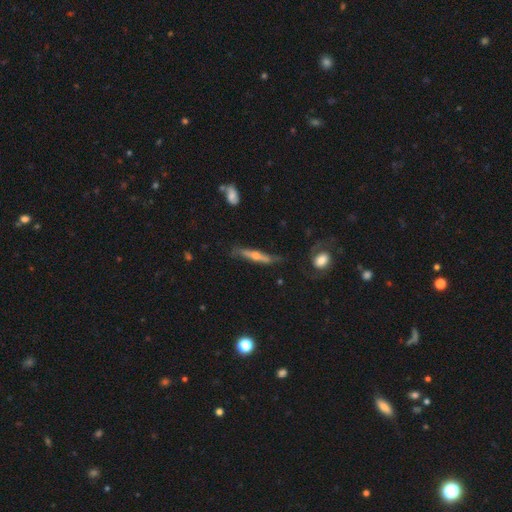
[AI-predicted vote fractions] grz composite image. It shows a featured or disk galaxy (64%) viewed edge-on (90%) with a rounded central bulge (86%). Merging: none (70%).